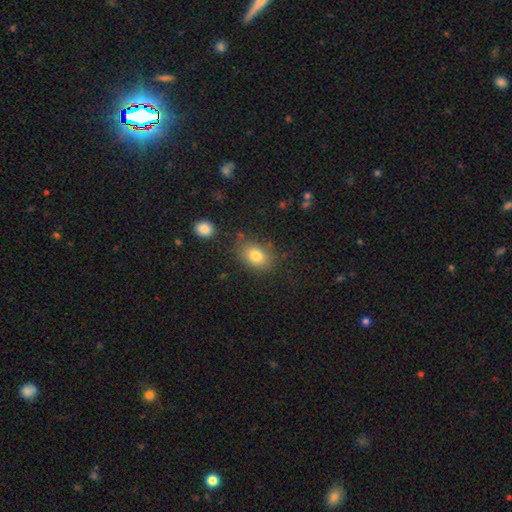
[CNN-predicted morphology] A smooth galaxy with no disk features (79%) that is in between round and cigar-shaped (78%).

Vote fractions:
- Smooth or featured? smooth: 79% / featured or disk: 11% / star or artifact: 10%
- How rounded? in between: 78% / round: 21% / cigar-shaped: 1%
- Merging? none: 73% / minor disturbance: 17% / major disturbance: 6% / merger: 4%